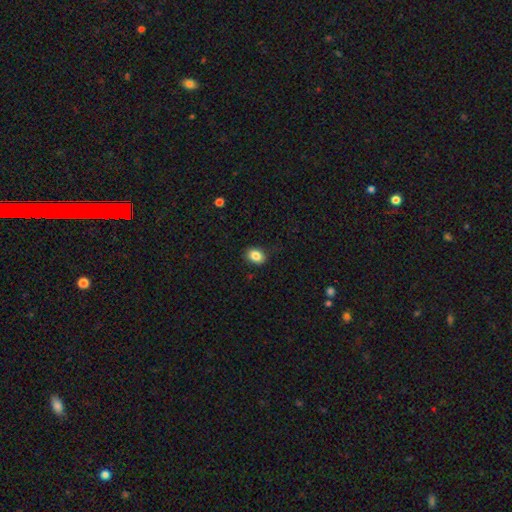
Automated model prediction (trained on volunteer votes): Smooth or featured?
  - smooth: 86% *
  - star or artifact: 9%
  - featured or disk: 5%
How rounded?
  - in between: 65% *
  - round: 34%
  - cigar-shaped: 1%
Merging?
  - none: 88% *
  - minor disturbance: 9%
  - major disturbance: 2%
  - merger: 1%